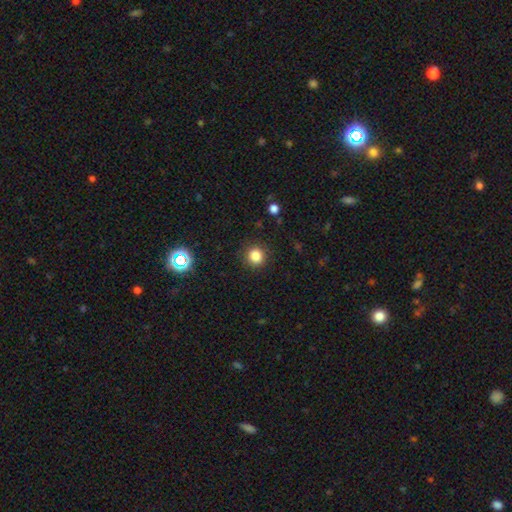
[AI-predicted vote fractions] Morphology: type=smooth (82%); roundness=round (91%); merging=none (90%).